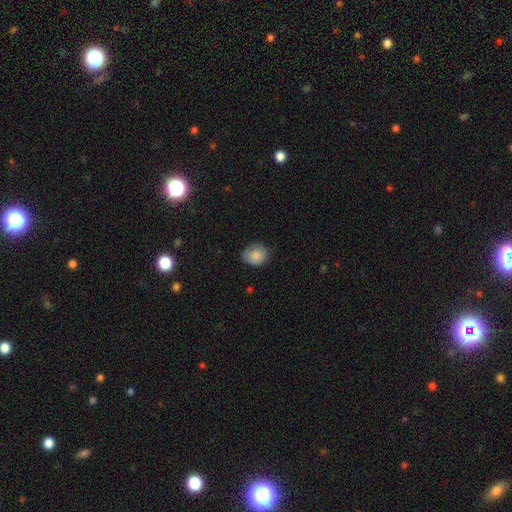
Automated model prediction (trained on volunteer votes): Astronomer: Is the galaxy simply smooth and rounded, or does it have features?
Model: smooth — 84%.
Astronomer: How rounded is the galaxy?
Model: round — 60% (runner-up: in between, 39%).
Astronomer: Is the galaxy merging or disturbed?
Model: none — 67%.